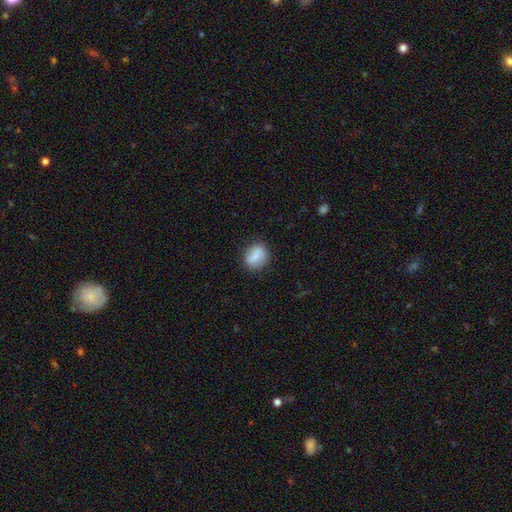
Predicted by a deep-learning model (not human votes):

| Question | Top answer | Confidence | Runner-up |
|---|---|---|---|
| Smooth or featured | smooth | 78% | featured or disk (14%) |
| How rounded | round | 58% | in between (39%) |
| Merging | none | 78% | minor disturbance (15%) |